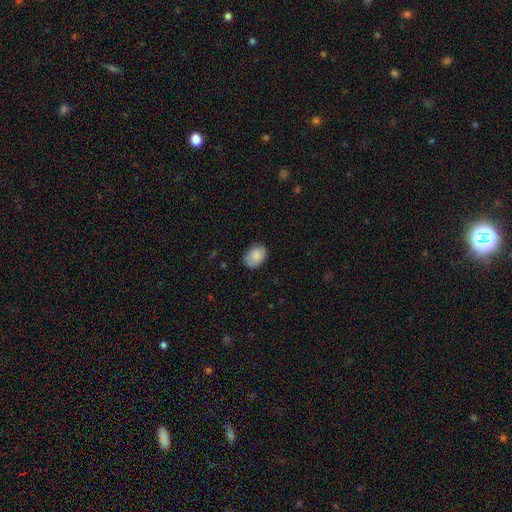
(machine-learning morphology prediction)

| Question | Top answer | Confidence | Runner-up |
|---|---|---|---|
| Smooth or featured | smooth | 85% | featured or disk (8%) |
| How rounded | in between | 72% | round (27%) |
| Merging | none | 78% | minor disturbance (18%) |